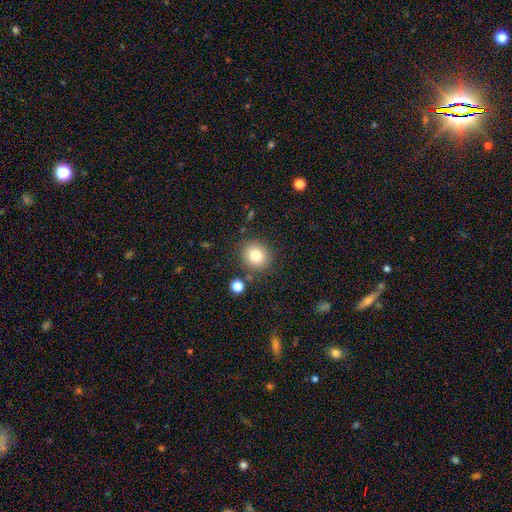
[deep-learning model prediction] This appears to be a smooth galaxy with no disk features (80%) that is round (88%). Merging: none (84%).